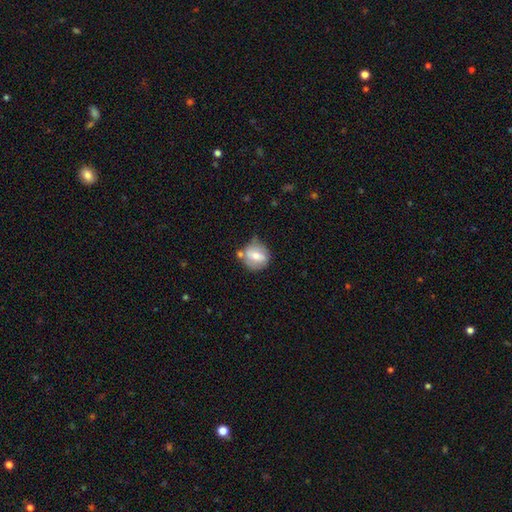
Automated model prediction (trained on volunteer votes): A smooth galaxy with no disk features (58%) that is round (79%).

Vote fractions:
- Smooth or featured? smooth: 58% / featured or disk: 34% / star or artifact: 8%
- How rounded? round: 79% / in between: 20% / cigar-shaped: 1%
- Merging? none: 54% / minor disturbance: 24% / merger: 15% / major disturbance: 7%